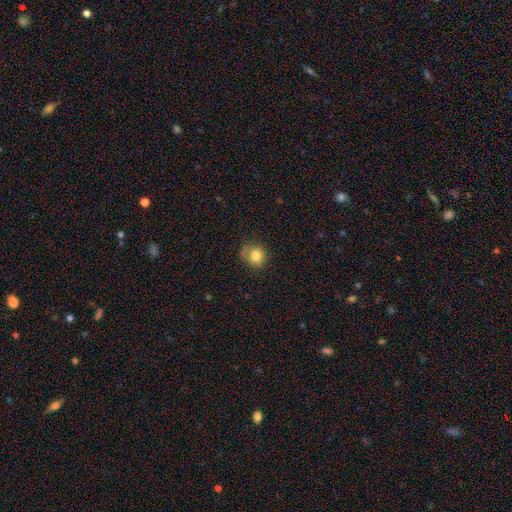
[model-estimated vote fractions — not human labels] Smooth or featured?
  - smooth: 81% *
  - star or artifact: 10%
  - featured or disk: 9%
How rounded?
  - round: 84% *
  - in between: 15%
  - cigar-shaped: 1%
Merging?
  - none: 70% *
  - minor disturbance: 23%
  - major disturbance: 6%
  - merger: 2%